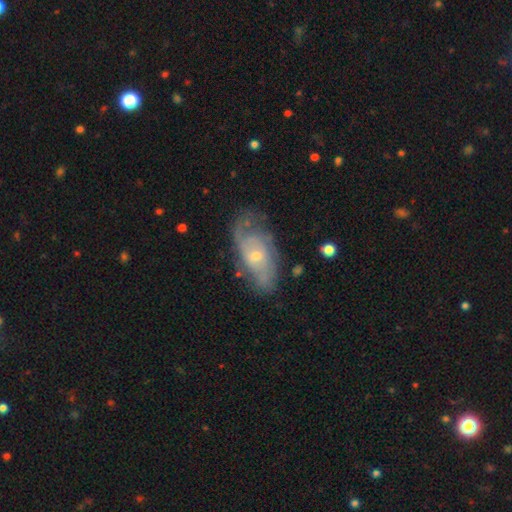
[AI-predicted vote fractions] This appears to be a featured or disk galaxy (72%) with no bar (66%), 2 (44%) medium (41%) spiral arms (84%) and a small central bulge (61%). Merging: none (55%).